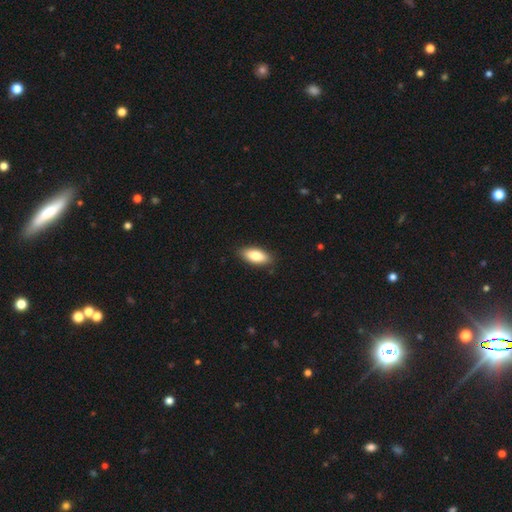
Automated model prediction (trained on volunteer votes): This is clearly a smooth galaxy (83%). How rounded: clearly in between (86%). Merging: clearly none (87%).